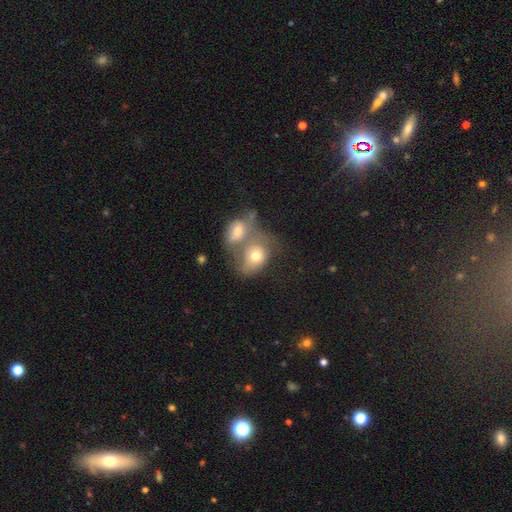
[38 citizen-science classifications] Morphology: type=smooth (79%); roundness=in between (77%); merging=merger (63%).